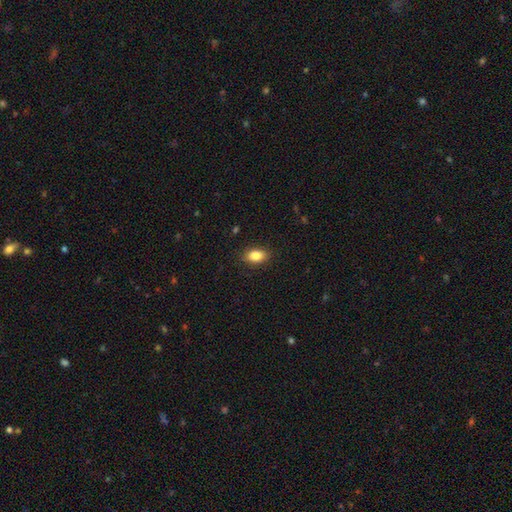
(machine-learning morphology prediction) This is clearly a smooth galaxy (85%). How rounded: clearly in between (85%). Merging: clearly none (88%).